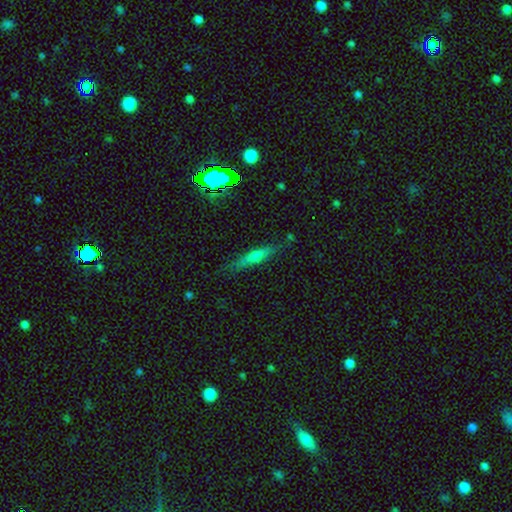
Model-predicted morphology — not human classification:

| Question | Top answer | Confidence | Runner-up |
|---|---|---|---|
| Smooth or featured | smooth | 45% | featured or disk (44%) |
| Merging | none | 79% | minor disturbance (15%) |